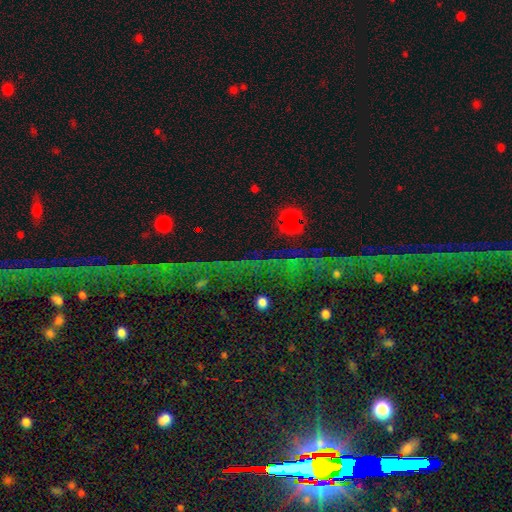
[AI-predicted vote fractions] Q: Smooth or featured?
A: star or artifact (76%); runner-up: featured or disk (13%)